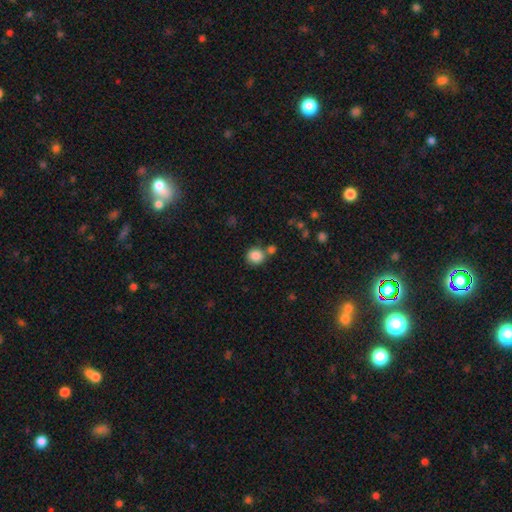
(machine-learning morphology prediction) Smooth or featured? smooth (86%)
How rounded? round (85%)
Merging? none (69%)